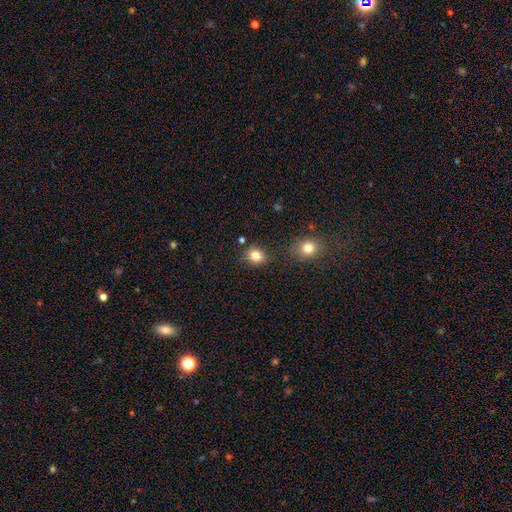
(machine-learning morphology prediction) Smooth or featured? smooth (82%)
How rounded? round (65%)
Merging? none (79%)